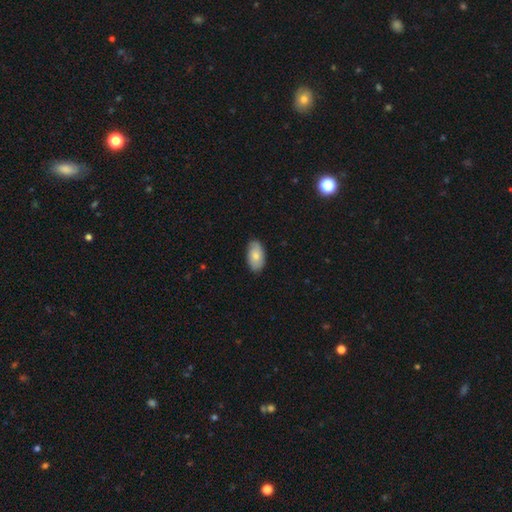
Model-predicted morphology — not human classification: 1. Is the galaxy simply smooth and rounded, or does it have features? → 76% smooth, 18% featured or disk, 6% star or artifact.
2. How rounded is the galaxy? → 95% in between, 4% round, 2% cigar-shaped.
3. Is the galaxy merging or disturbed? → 82% none, 15% minor disturbance, 2% major disturbance, 1% merger.